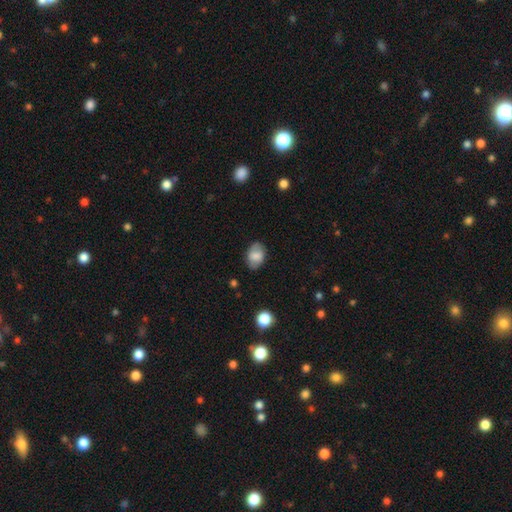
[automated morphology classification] Smooth or featured? smooth (75%)
How rounded? in between (83%)
Merging? none (79%)